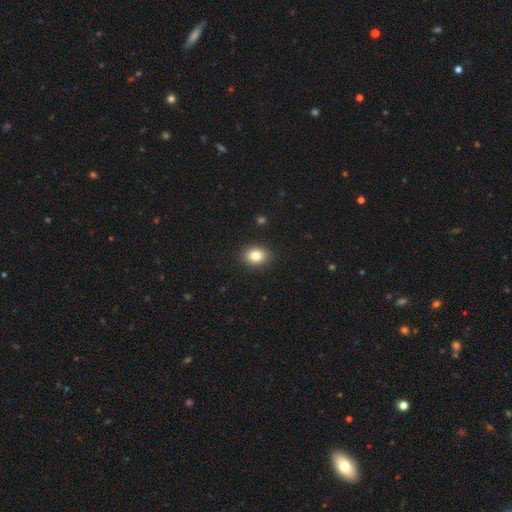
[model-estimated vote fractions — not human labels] Smooth or featured? Predicted: smooth (p=0.84). How rounded? Predicted: in between (p=0.53). Merging? Predicted: none (p=0.89).